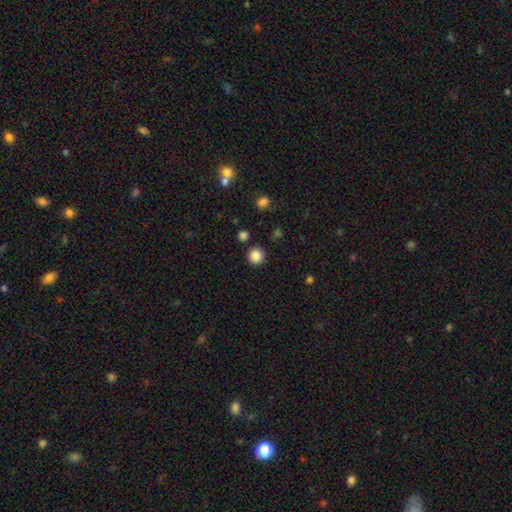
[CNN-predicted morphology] smooth 85%, star or artifact 11%, featured or disk 4%. Down the decision tree: how rounded — round (94%); merging — none (89%).